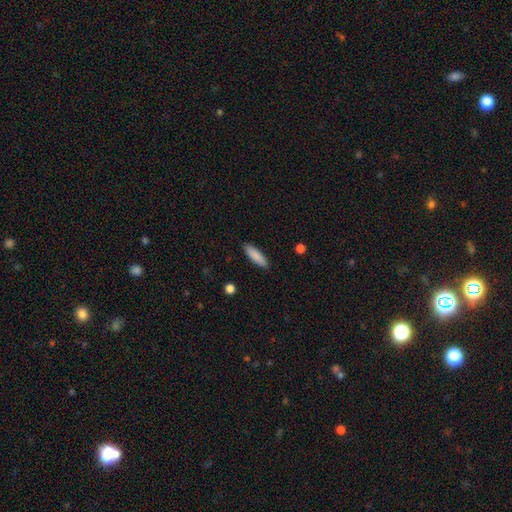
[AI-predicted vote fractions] smooth_or_featured: smooth (p=0.87) [alt: featured or disk p=0.07]
how_rounded: cigar-shaped (p=0.63) [alt: in between p=0.35]
merging: none (p=0.90) [alt: minor disturbance p=0.07]